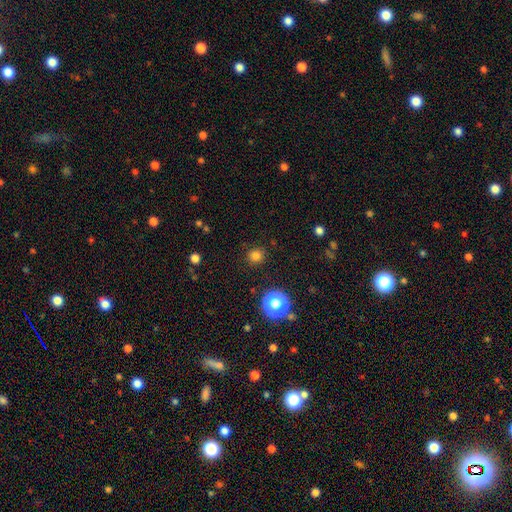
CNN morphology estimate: The model was most divided on "smooth or featured": smooth: 79%, star or artifact: 17%, featured or disk: 4%. More confident: how rounded — round (92%); merging — none (90%).